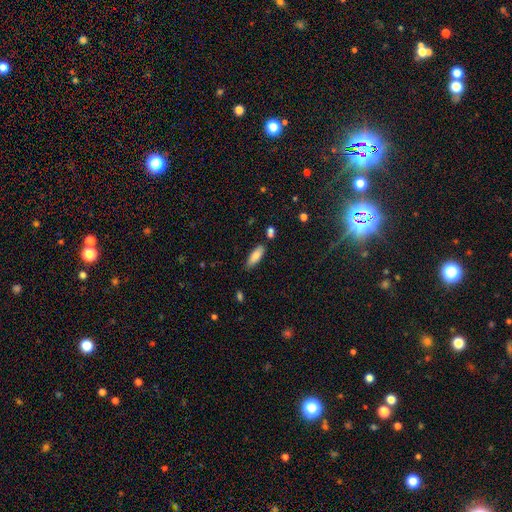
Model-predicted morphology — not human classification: smooth-or-featured: smooth: 82% | featured or disk: 11% | star or artifact: 7%
  how-rounded: in between: 65% | cigar-shaped: 34% | round: 2%
  merging: none: 79% | minor disturbance: 14% | merger: 5% | major disturbance: 3%